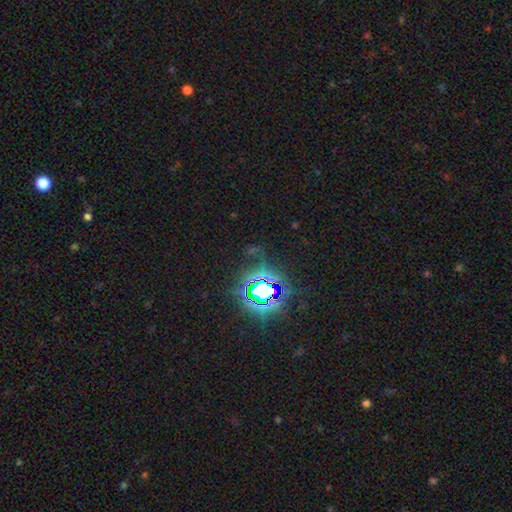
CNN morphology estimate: Smooth or featured?
  - star or artifact: 82% *
  - smooth: 10%
  - featured or disk: 8%